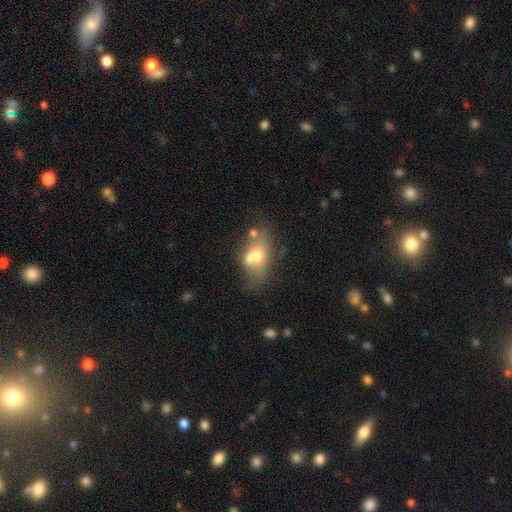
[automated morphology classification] smooth 52%, featured or disk 37%, star or artifact 11%. Down the decision tree: how rounded — in between (77%); merging — merger (44%).